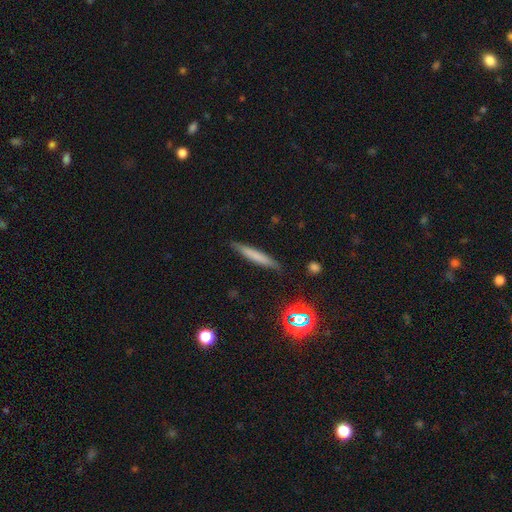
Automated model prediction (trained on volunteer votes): smooth-or-featured: smooth: 66% | featured or disk: 25% | star or artifact: 9%
  how-rounded: cigar-shaped: 94% | in between: 5% | round: 1%
  merging: none: 87% | minor disturbance: 10% | major disturbance: 2% | merger: 2%